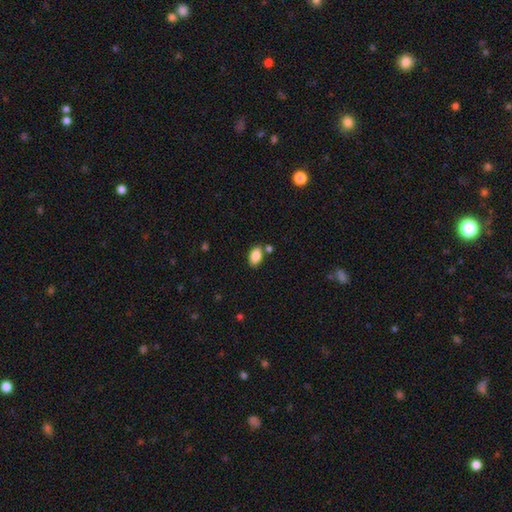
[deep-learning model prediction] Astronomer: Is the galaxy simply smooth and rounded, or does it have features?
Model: smooth — 86%.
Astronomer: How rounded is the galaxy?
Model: in between — 91%.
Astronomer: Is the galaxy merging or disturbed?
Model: none — 76%.